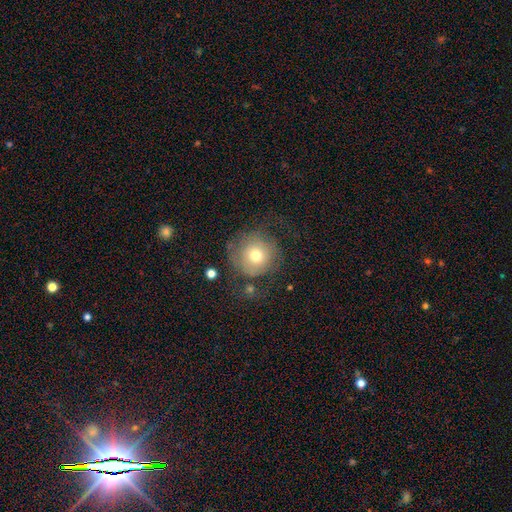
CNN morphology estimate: type=smooth (63%); roundness=round (92%); merging=none (53%).